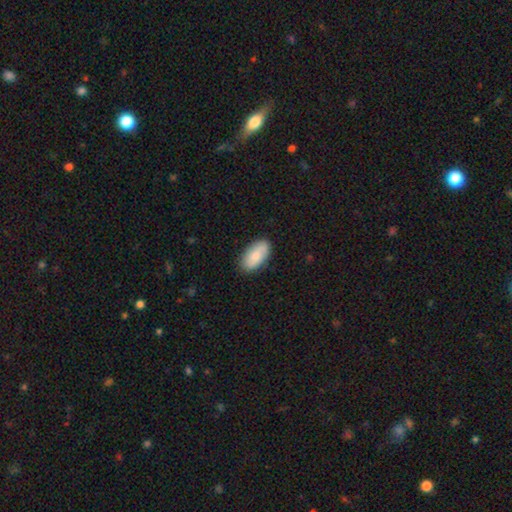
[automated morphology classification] This appears to be a smooth galaxy with no disk features (80%) that is in between round and cigar-shaped (94%). Merging: none (86%).